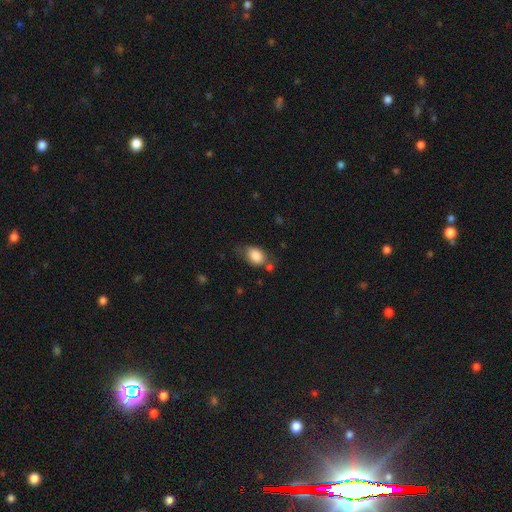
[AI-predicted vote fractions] Smooth or featured: smooth — 85% (star or artifact — 8%)
How rounded: in between — 78% (round — 20%)
Merging: none — 52% (minor disturbance — 28%)